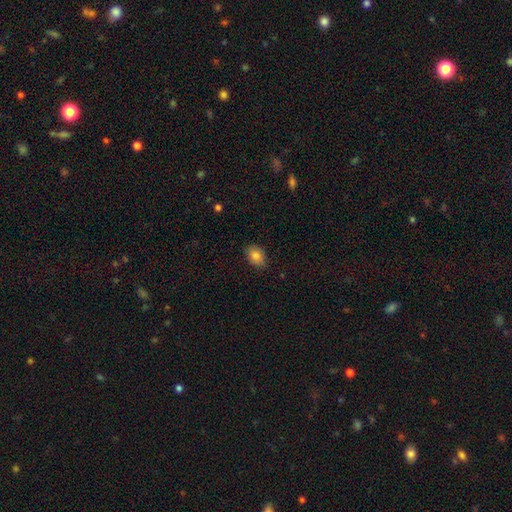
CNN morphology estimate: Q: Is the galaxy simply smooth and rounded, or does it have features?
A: smooth — 85%.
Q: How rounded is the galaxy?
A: in between — 75%.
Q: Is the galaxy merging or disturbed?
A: none — 83%.